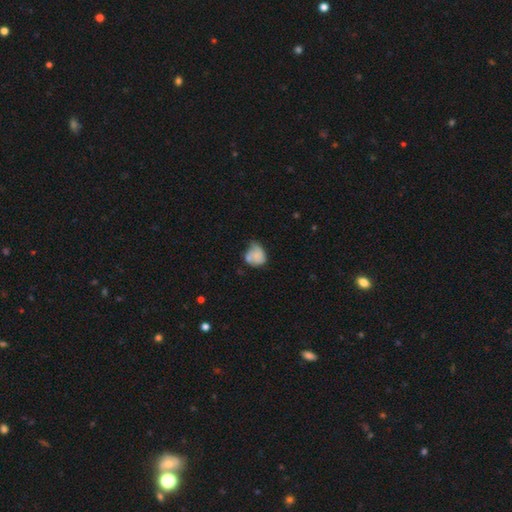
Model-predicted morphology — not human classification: Smooth or featured? smooth (63%)
How rounded? round (57%)
Merging? minor disturbance (35%)